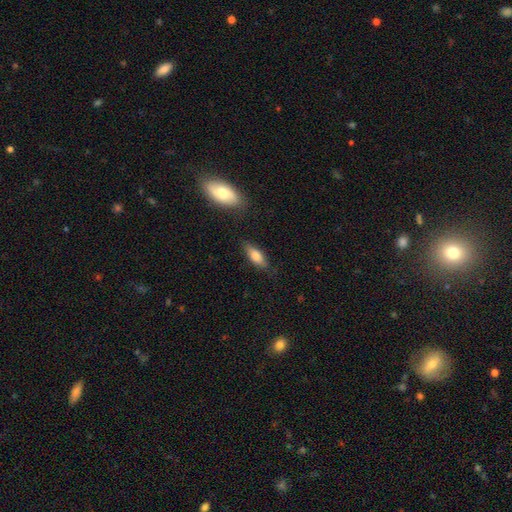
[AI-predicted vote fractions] This appears to be a smooth galaxy with no disk features (75%) that is in between round and cigar-shaped (70%). Merging: none (78%).